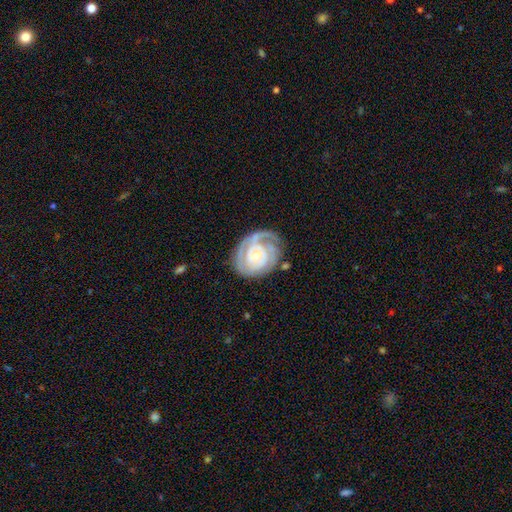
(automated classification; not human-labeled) Smooth or featured?
  - featured or disk: 83% *
  - smooth: 12%
  - star or artifact: 5%
Edge-on disk?
  - no: 97% *
  - yes: 3%
Bar?
  - no: 73% *
  - weak: 21%
  - strong: 6%
Spiral arms?
  - yes: 92% *
  - no: 8%
Spiral winding?
  - tight: 75% *
  - medium: 20%
  - loose: 5%
Spiral arm count?
  - 2: 33% *
  - can't tell: 30%
  - 3: 15%
  - 1: 13%
  - 4: 5%
  - more than 4: 4%
Bulge size?
  - small: 64% *
  - moderate: 31%
  - large: 2%
  - none: 1%
  - dominant: 1%
Merging?
  - none: 60% *
  - minor disturbance: 23%
  - major disturbance: 14%
  - merger: 3%